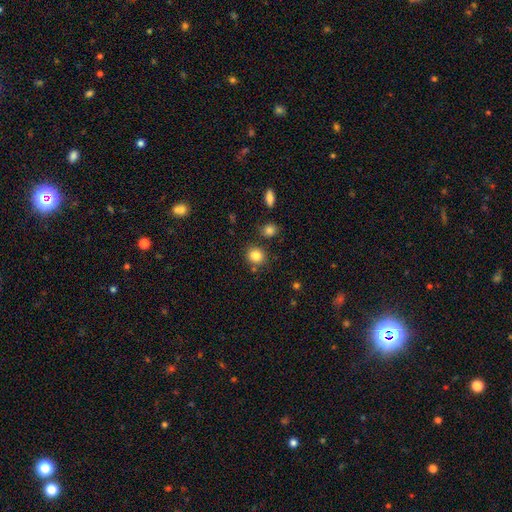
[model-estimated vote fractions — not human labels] This is clearly a smooth galaxy (84%). How rounded: likely round (80%). Merging: clearly none (81%).